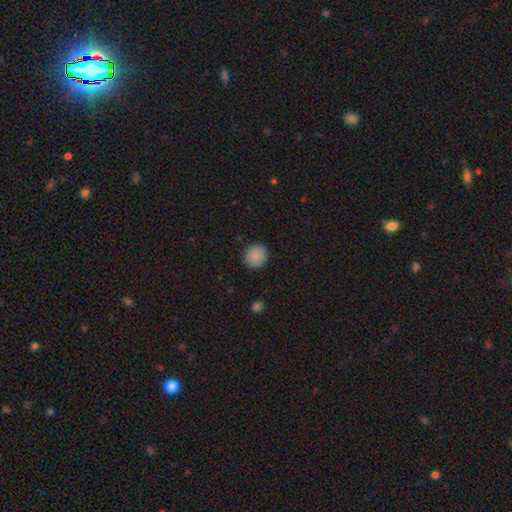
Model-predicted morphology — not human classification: Overall: smooth (88%). How rounded: round (85%). Merging: none (90%).